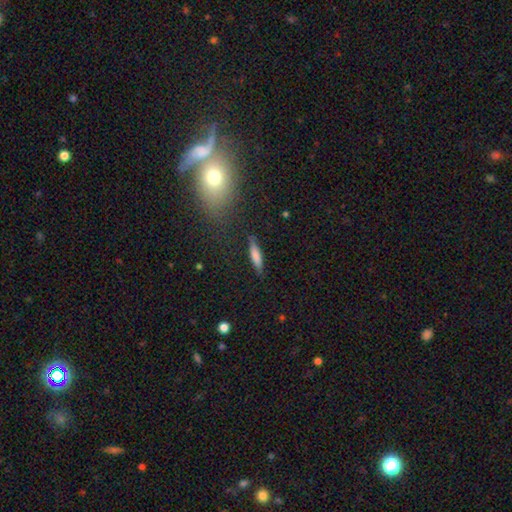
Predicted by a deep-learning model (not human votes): Overall: smooth (73%). How rounded: cigar-shaped (80%). Merging: none (83%).